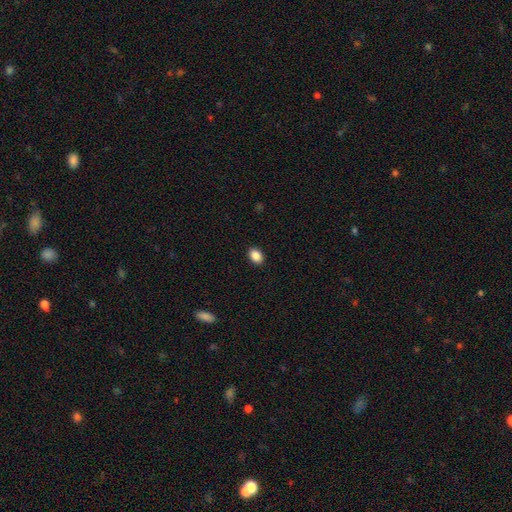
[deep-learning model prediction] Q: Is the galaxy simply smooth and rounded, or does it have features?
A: smooth — 88%.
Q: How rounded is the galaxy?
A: in between — 74%.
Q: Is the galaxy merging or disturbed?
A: none — 91%.